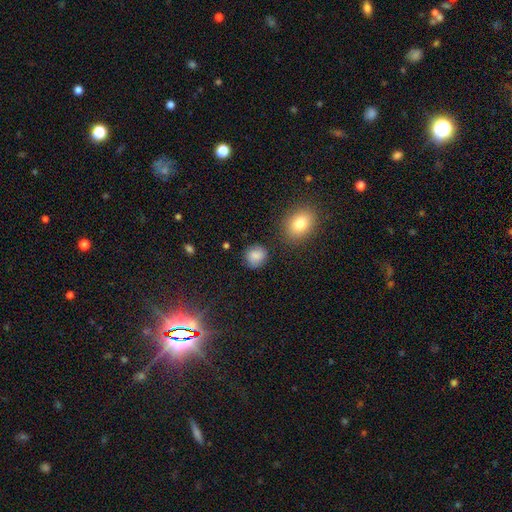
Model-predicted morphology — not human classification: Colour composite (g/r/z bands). It shows a smooth galaxy with no disk features (82%) that is round (81%). Merging: none (81%).